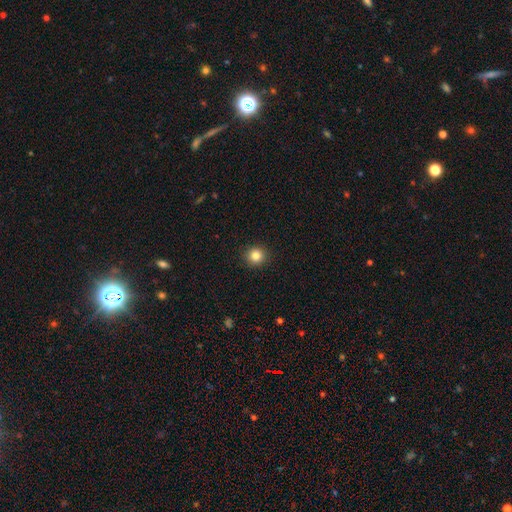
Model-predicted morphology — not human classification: smooth 84%, star or artifact 11%, featured or disk 5%. Down the decision tree: how rounded — round (92%); merging — none (92%).